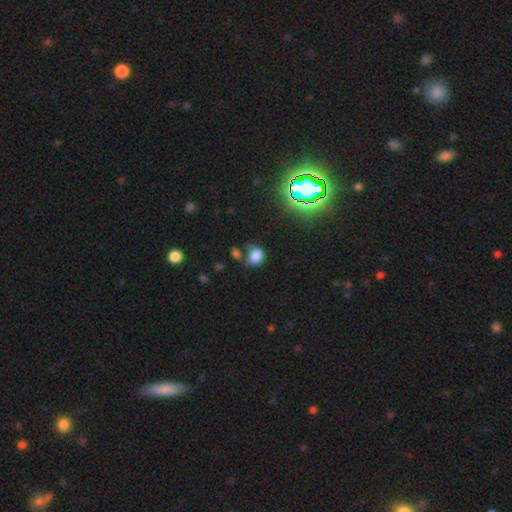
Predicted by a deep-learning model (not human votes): Q: Smooth or featured?
A: smooth (75%); runner-up: star or artifact (18%)
Q: How rounded?
A: in between (55%); runner-up: round (43%)
Q: Merging?
A: none (51%); runner-up: minor disturbance (23%)